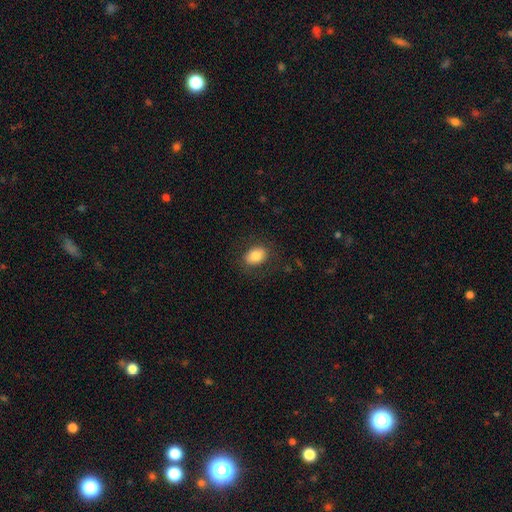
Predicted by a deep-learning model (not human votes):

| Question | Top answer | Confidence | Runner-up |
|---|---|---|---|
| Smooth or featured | smooth | 82% | featured or disk (10%) |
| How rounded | in between | 72% | round (27%) |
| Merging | none | 82% | minor disturbance (12%) |